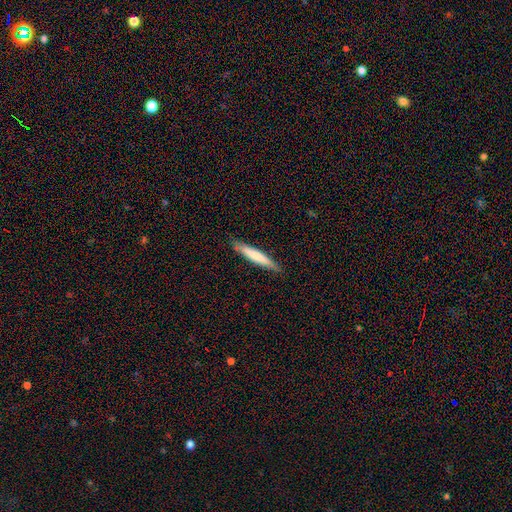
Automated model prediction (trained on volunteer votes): This appears to be a smooth galaxy with no disk features (69%) that is cigar-shaped (94%). Merging: none (87%).